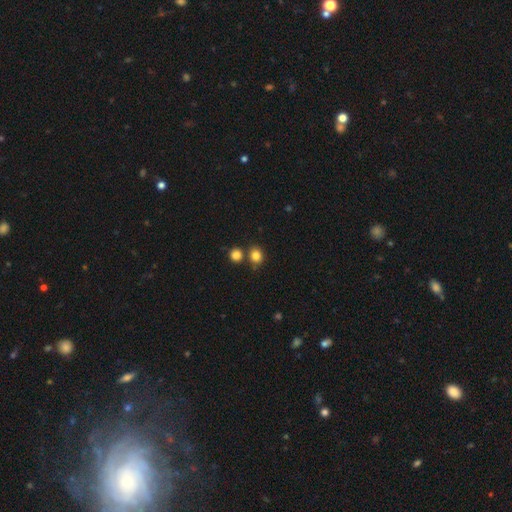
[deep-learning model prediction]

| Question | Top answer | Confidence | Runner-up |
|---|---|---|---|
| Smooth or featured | smooth | 83% | star or artifact (11%) |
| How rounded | round | 74% | in between (25%) |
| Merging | none | 71% | merger (16%) |